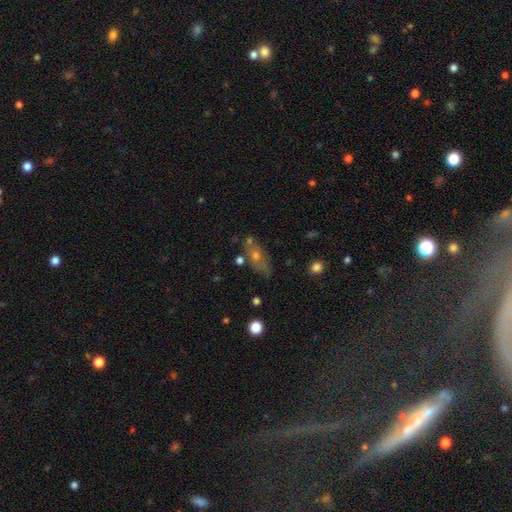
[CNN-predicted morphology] Overall: smooth (47%; featured or disk 39%). Merging: none (61%).